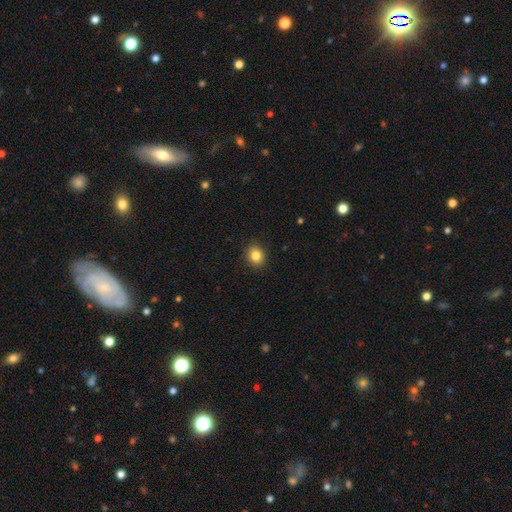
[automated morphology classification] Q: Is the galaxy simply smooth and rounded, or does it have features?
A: smooth — 84%.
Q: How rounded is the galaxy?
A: round — 62%.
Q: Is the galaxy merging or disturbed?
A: none — 89%.